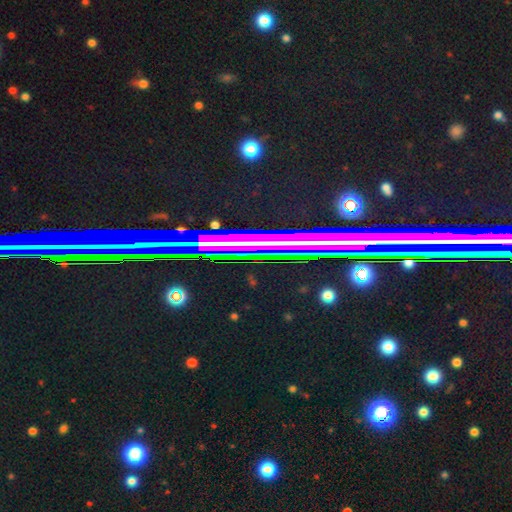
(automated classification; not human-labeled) The model was most divided on "smooth or featured": star or artifact: 61%, featured or disk: 25%, smooth: 14%.